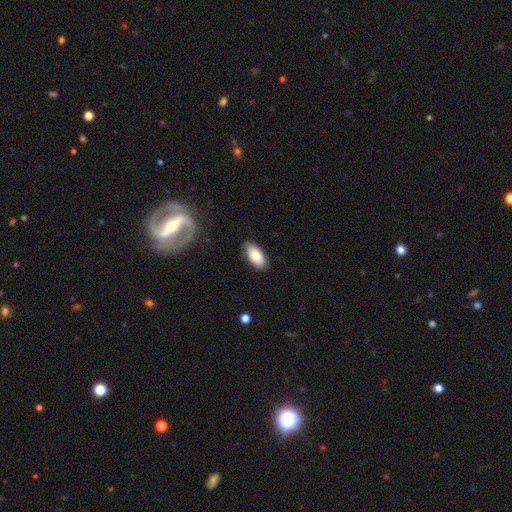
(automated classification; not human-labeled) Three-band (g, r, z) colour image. It shows a smooth galaxy with no disk features (82%) that is in between round and cigar-shaped (94%). Merging: none (81%).